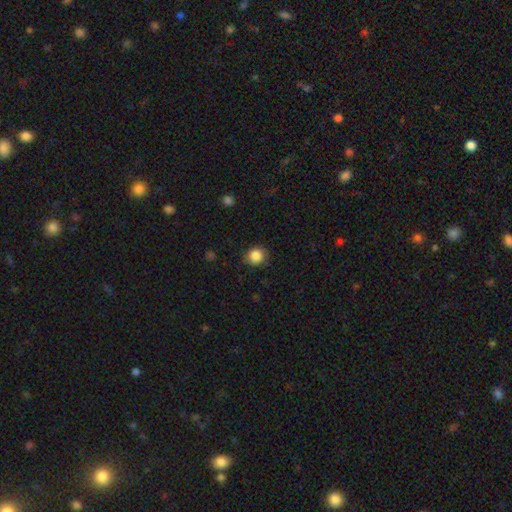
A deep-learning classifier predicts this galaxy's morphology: Overall: smooth (86%). How rounded: round (87%). Merging: none (83%).